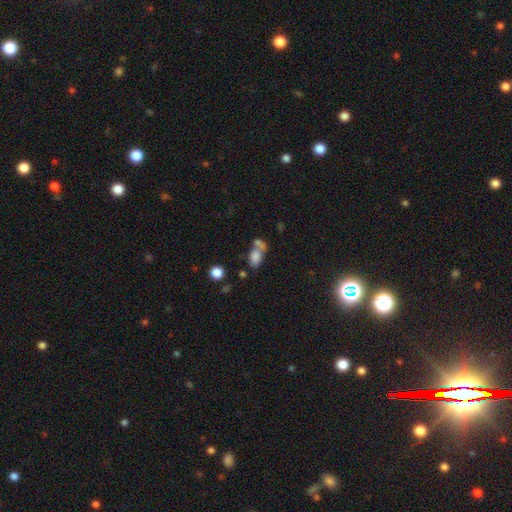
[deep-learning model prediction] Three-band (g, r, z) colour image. It shows a smooth galaxy with no disk features (75%) that is in between round and cigar-shaped (82%). Merging: merger (50%).